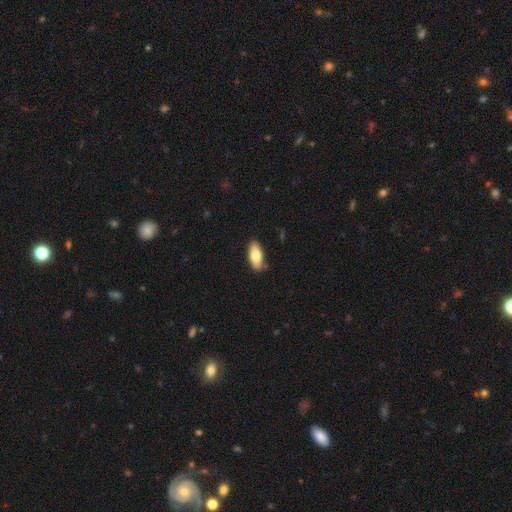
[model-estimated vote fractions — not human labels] Smooth or featured? smooth (75%)
How rounded? in between (88%)
Merging? none (85%)